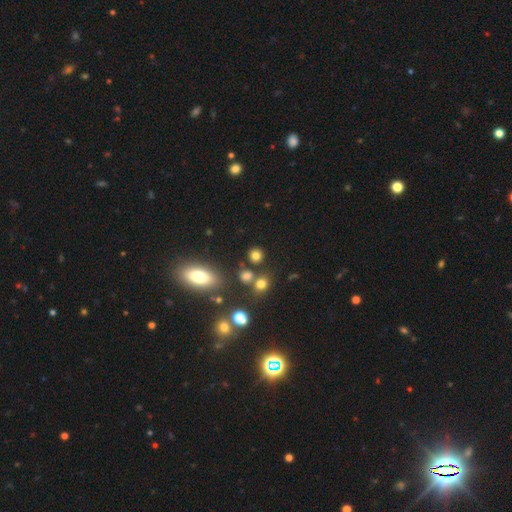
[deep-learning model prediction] smooth_or_featured: smooth (p=0.76) [alt: star or artifact p=0.17]
how_rounded: round (p=0.86) [alt: in between p=0.12]
merging: none (p=0.78) [alt: merger p=0.10]